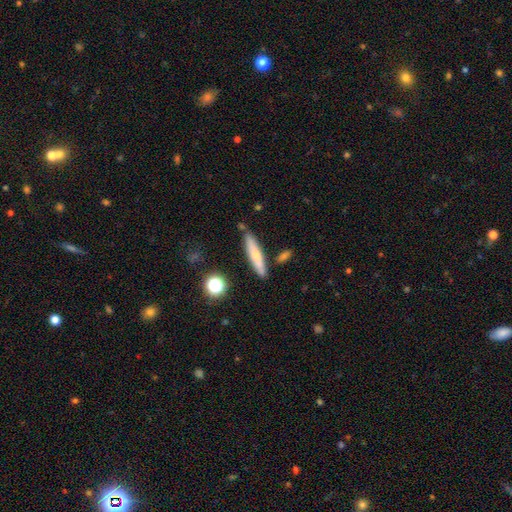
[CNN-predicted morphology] Smooth or featured? smooth (61%)
How rounded? cigar-shaped (85%)
Merging? none (78%)